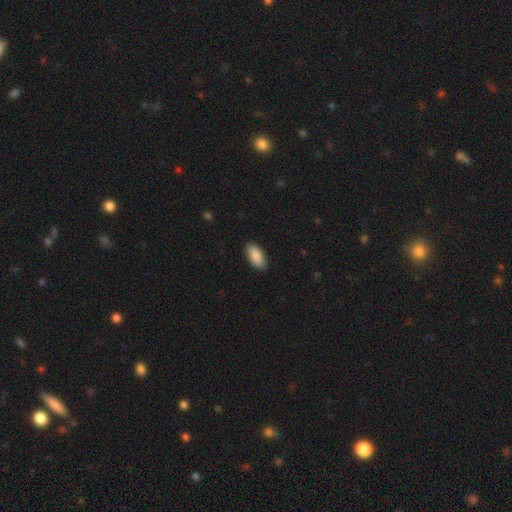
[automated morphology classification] This is clearly a smooth galaxy (90%). How rounded: clearly in between (93%). Merging: clearly none (88%).